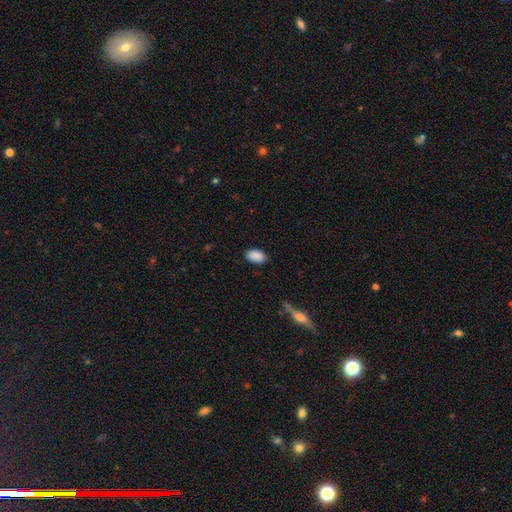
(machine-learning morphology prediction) smooth-or-featured: smooth: 90% | star or artifact: 7% | featured or disk: 3%
  how-rounded: in between: 93% | round: 5% | cigar-shaped: 2%
  merging: none: 85% | minor disturbance: 11% | major disturbance: 2% | merger: 1%